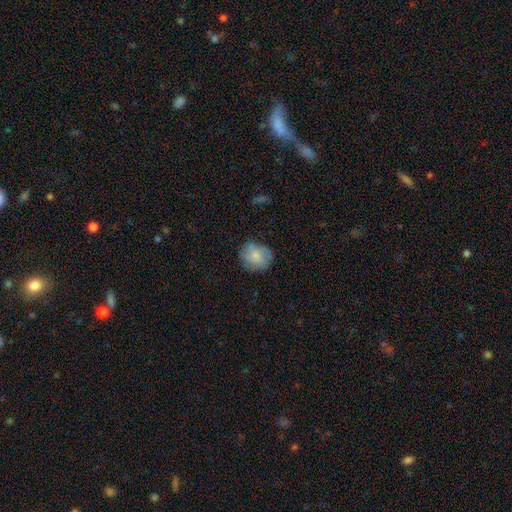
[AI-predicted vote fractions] Overall: smooth (65%; featured or disk 27%). How rounded: round (65%; in between 34%). Merging: none (74%).